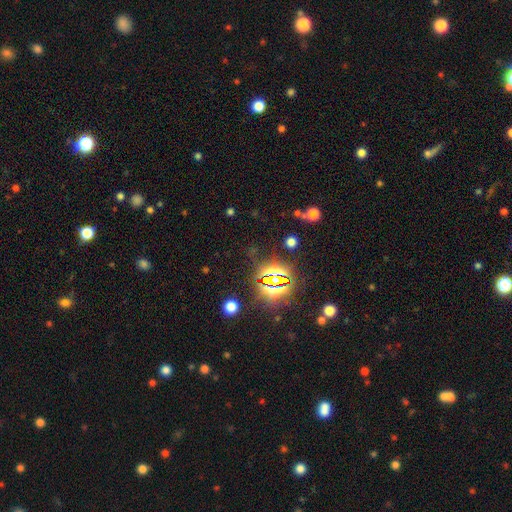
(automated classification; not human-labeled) This is clearly a star or artifact rather than a galaxy (81%).